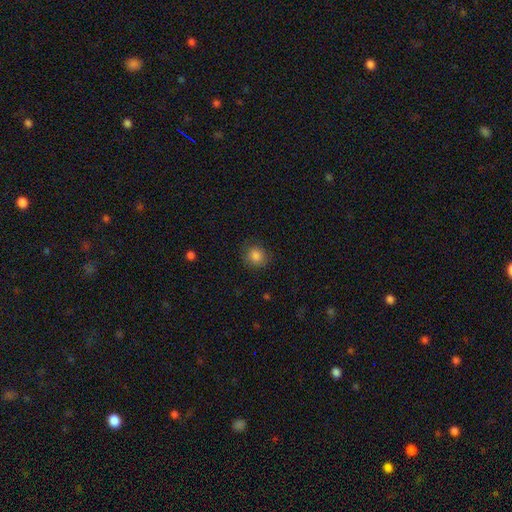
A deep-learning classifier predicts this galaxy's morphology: Smooth or featured: smooth — 85% (star or artifact — 10%)
How rounded: round — 85% (in between — 14%)
Merging: none — 82% (minor disturbance — 13%)